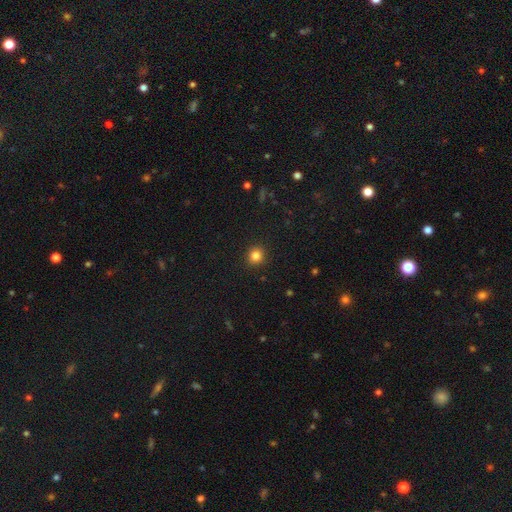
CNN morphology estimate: A smooth galaxy with no disk features (84%) that is round (91%). Merging: none (92%).